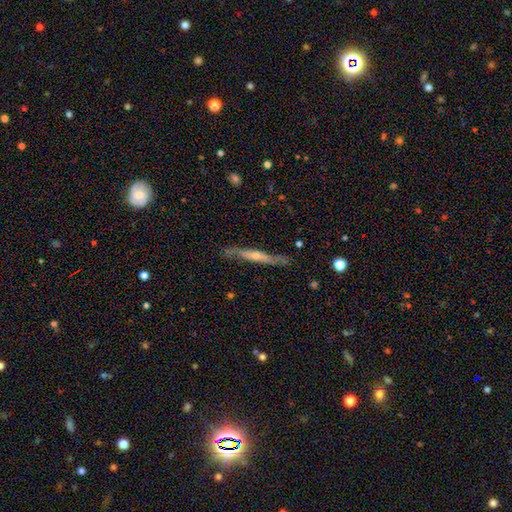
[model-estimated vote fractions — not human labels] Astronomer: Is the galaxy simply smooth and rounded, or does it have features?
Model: featured or disk — 69%.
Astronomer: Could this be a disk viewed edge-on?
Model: yes — 87%.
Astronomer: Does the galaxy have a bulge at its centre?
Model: rounded — 64%.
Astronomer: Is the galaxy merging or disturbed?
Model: none — 77%.